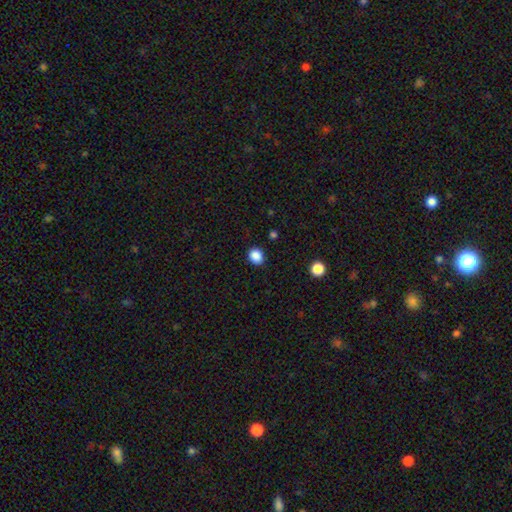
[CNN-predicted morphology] Smooth or featured: smooth — 88% (star or artifact — 10%)
How rounded: round — 68% (in between — 31%)
Merging: none — 89% (minor disturbance — 7%)